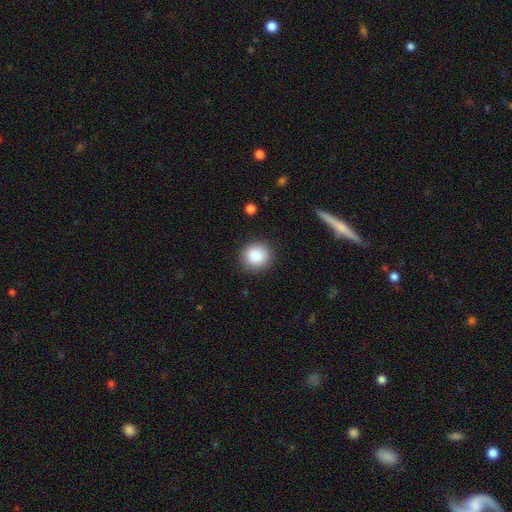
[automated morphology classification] smooth 88%, star or artifact 8%, featured or disk 4%. Down the decision tree: how rounded — round (89%); merging — none (89%).